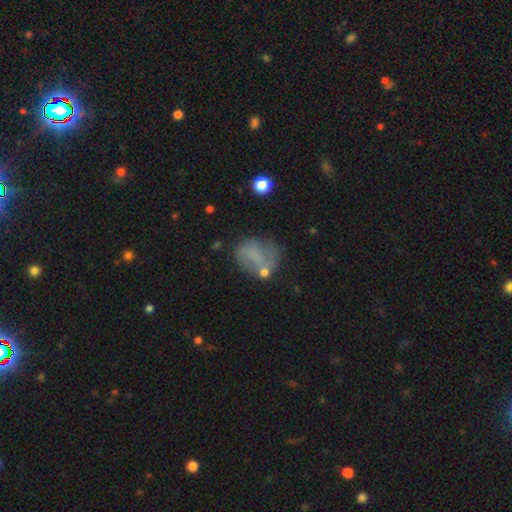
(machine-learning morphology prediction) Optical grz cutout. It shows a smooth galaxy with no disk features (52%) that is in between round and cigar-shaped (50%). Merging: none (49%).